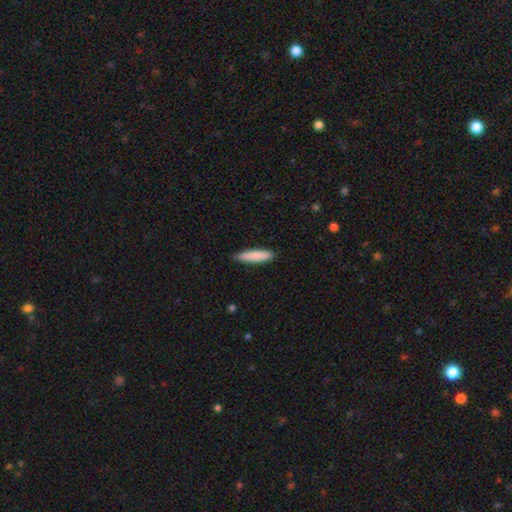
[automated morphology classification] Smooth or featured?
  - smooth: 84% *
  - featured or disk: 10%
  - star or artifact: 6%
How rounded?
  - cigar-shaped: 82% *
  - in between: 17%
  - round: 1%
Merging?
  - none: 85% *
  - minor disturbance: 12%
  - major disturbance: 2%
  - merger: 1%